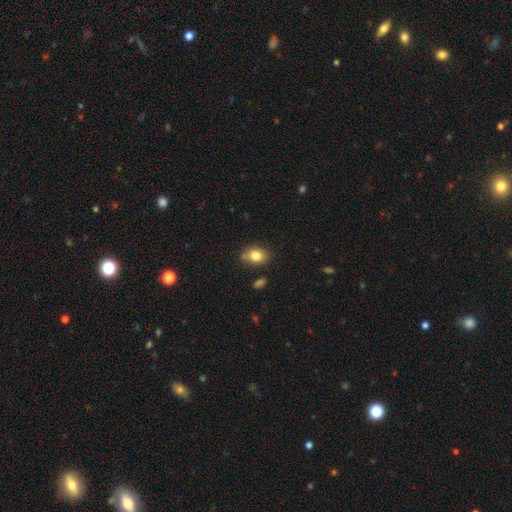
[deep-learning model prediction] Q: Smooth or featured?
A: smooth (82%); runner-up: star or artifact (9%)
Q: How rounded?
A: in between (65%); runner-up: round (34%)
Q: Merging?
A: none (73%); runner-up: minor disturbance (18%)